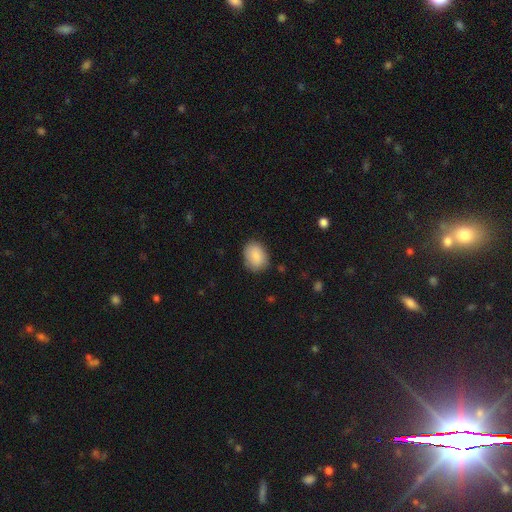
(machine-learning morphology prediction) Overall: smooth (86%). How rounded: in between (66%; round 33%). Merging: none (80%).